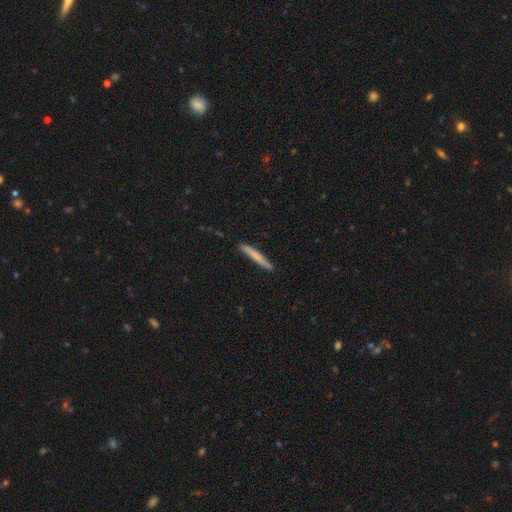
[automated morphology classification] This is likely a smooth galaxy (71%). How rounded: clearly cigar-shaped (96%). Merging: clearly none (87%).